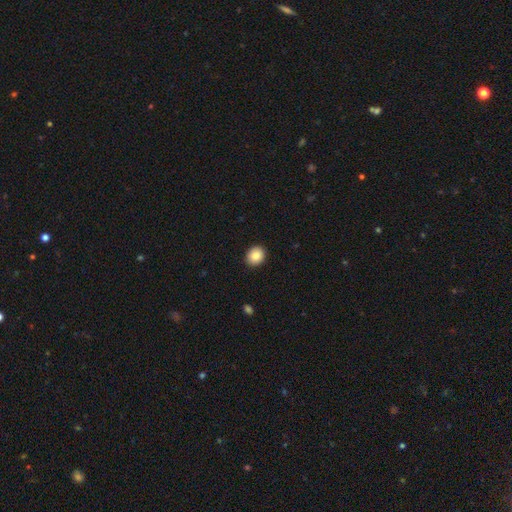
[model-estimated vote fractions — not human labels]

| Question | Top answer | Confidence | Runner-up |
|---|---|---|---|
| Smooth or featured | smooth | 88% | star or artifact (8%) |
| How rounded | round | 64% | in between (35%) |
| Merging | none | 91% | minor disturbance (6%) |